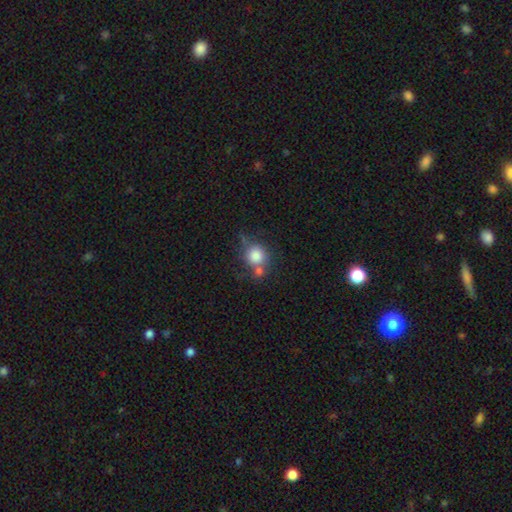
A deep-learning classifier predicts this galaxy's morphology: Smooth or featured?
  - smooth: 80% *
  - featured or disk: 11%
  - star or artifact: 9%
How rounded?
  - round: 84% *
  - in between: 15%
  - cigar-shaped: 1%
Merging?
  - none: 45% *
  - merger: 32%
  - minor disturbance: 16%
  - major disturbance: 7%